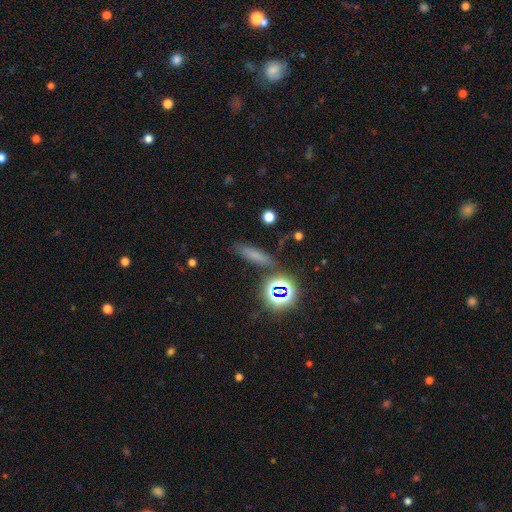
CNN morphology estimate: smooth 64%, star or artifact 23%, featured or disk 13%. Down the decision tree: how rounded — cigar-shaped (65%); merging — none (78%).